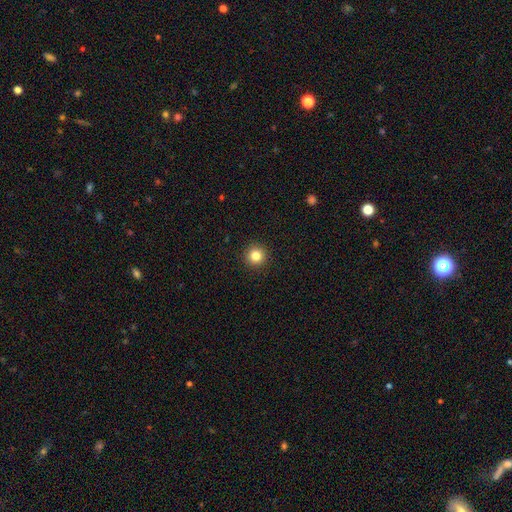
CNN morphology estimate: smooth_or_featured: smooth (p=0.84) [alt: star or artifact p=0.11]
how_rounded: round (p=0.95) [alt: in between p=0.04]
merging: none (p=0.93) [alt: minor disturbance p=0.04]